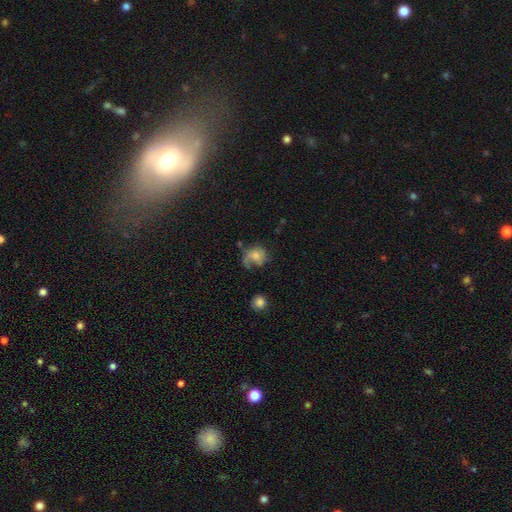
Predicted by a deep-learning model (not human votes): Q: Smooth or featured?
A: smooth (57%); runner-up: featured or disk (32%)
Q: How rounded?
A: round (63%); runner-up: in between (36%)
Q: Merging?
A: none (38%); runner-up: major disturbance (30%)